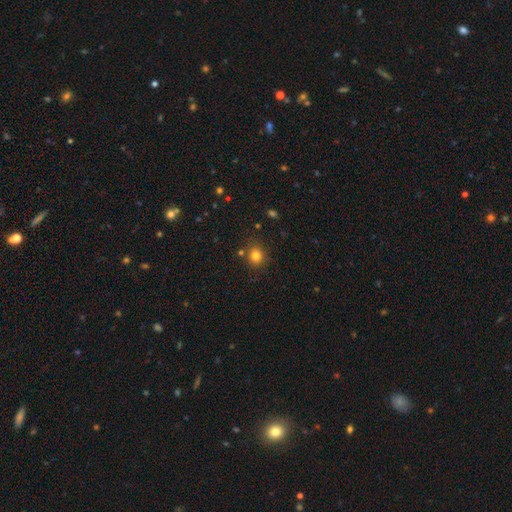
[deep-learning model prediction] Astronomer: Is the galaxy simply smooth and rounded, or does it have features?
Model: smooth — 79%.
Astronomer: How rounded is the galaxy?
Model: round — 81%.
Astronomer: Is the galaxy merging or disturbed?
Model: none — 81%.